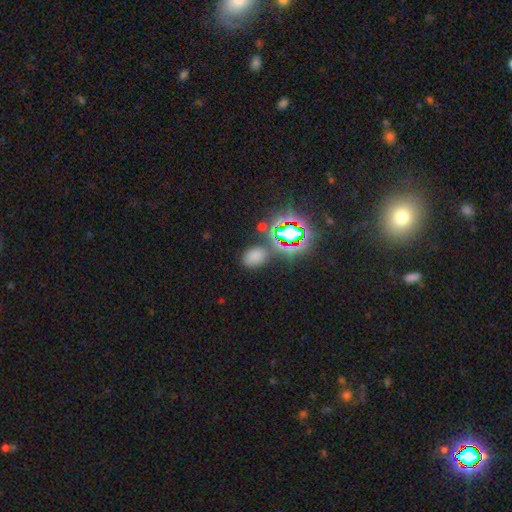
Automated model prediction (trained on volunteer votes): Smooth or featured? smooth (64%)
How rounded? in between (78%)
Merging? none (74%)